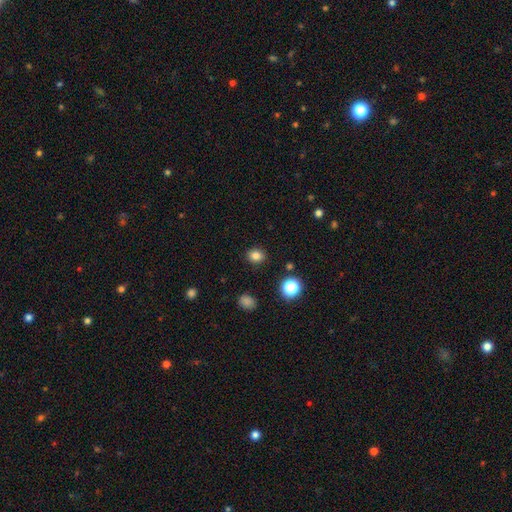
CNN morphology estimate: Smooth or featured: smooth — 81% (star or artifact — 14%)
How rounded: round — 74% (in between — 25%)
Merging: none — 90% (minor disturbance — 7%)